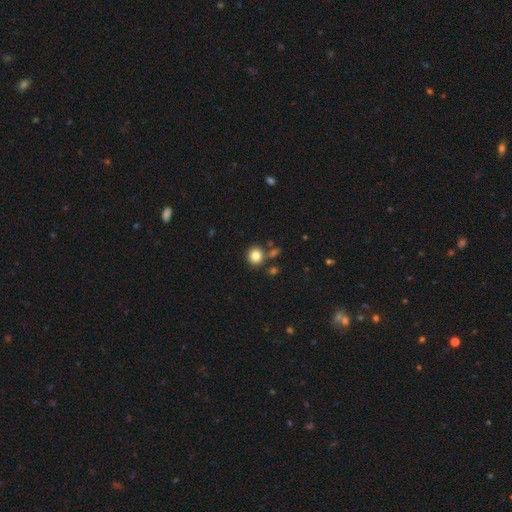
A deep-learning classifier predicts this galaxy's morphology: Smooth or featured?
  - smooth: 82% *
  - star or artifact: 11%
  - featured or disk: 7%
How rounded?
  - round: 85% *
  - in between: 14%
  - cigar-shaped: 1%
Merging?
  - none: 76% *
  - merger: 11%
  - minor disturbance: 10%
  - major disturbance: 3%